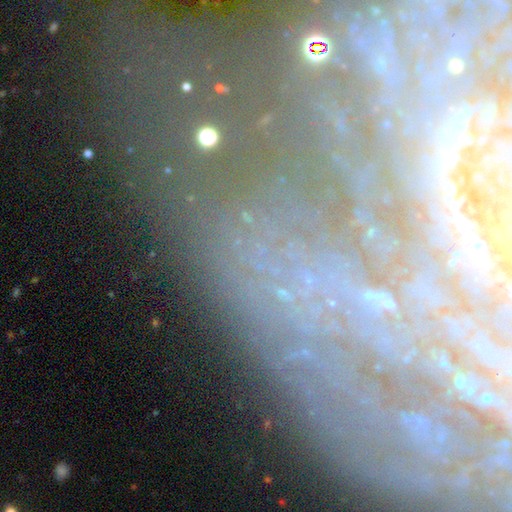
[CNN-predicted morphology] A star or artifact, not a galaxy (42%).